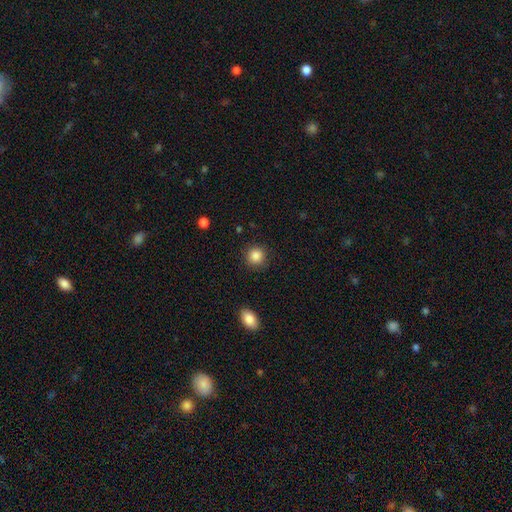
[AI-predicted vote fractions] This appears to be a smooth galaxy with no disk features (86%) that is round (91%). Merging: none (89%).